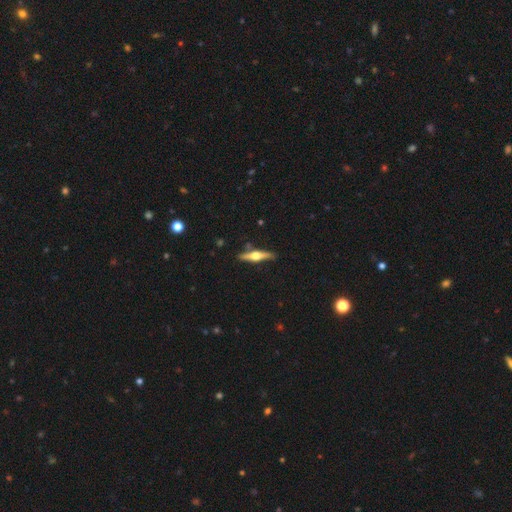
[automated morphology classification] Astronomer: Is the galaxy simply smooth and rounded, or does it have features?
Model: featured or disk — 74%.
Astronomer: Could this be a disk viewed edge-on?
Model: yes — 97%.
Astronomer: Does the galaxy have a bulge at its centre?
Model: rounded — 95%.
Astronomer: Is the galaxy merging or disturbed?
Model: none — 86%.